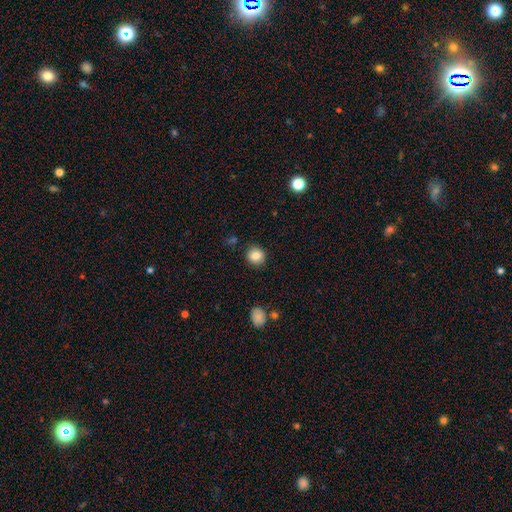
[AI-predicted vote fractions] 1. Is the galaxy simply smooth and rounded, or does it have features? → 84% smooth, 10% star or artifact, 6% featured or disk.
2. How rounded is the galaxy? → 86% round, 13% in between, 1% cigar-shaped.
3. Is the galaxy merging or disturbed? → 88% none, 8% minor disturbance, 2% major disturbance, 2% merger.